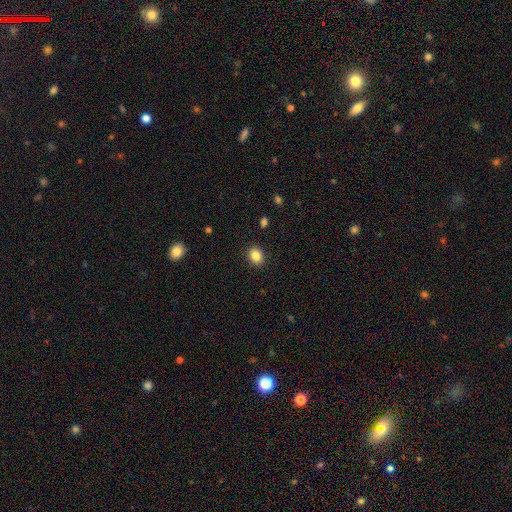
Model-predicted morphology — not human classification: smooth-or-featured: smooth: 85% | star or artifact: 10% | featured or disk: 5%
  how-rounded: in between: 52% | round: 47% | cigar-shaped: 1%
  merging: none: 90% | minor disturbance: 7% | major disturbance: 2% | merger: 1%